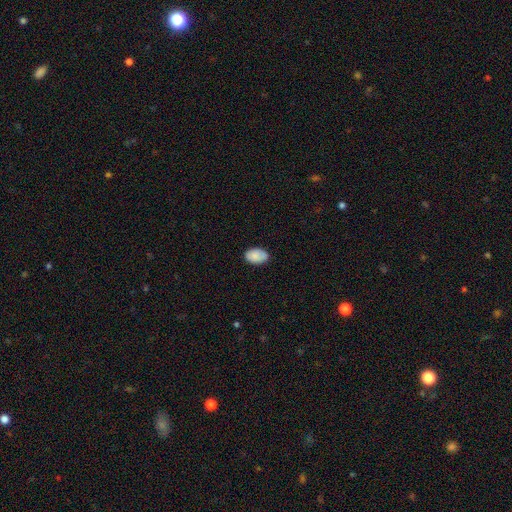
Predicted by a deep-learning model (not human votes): Smooth or featured?
  - smooth: 84% *
  - featured or disk: 9%
  - star or artifact: 7%
How rounded?
  - in between: 89% *
  - round: 10%
  - cigar-shaped: 1%
Merging?
  - none: 79% *
  - minor disturbance: 17%
  - major disturbance: 3%
  - merger: 1%